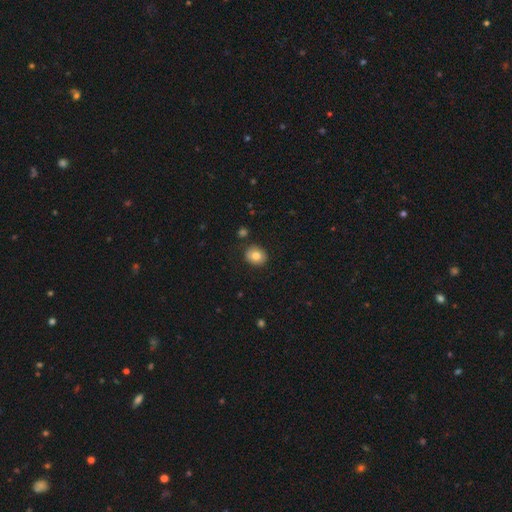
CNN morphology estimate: Q: Smooth or featured?
A: smooth (79%); runner-up: featured or disk (12%)
Q: How rounded?
A: round (68%); runner-up: in between (31%)
Q: Merging?
A: none (86%); runner-up: minor disturbance (9%)